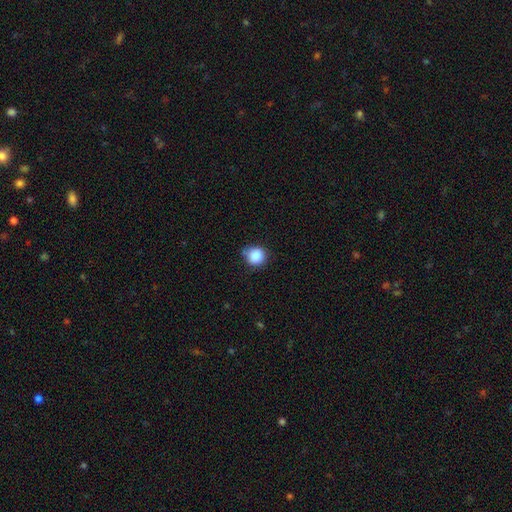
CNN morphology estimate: smooth_or_featured: smooth (p=0.87) [alt: star or artifact p=0.09]
how_rounded: round (p=0.86) [alt: in between p=0.13]
merging: none (p=0.65) [alt: minor disturbance p=0.27]